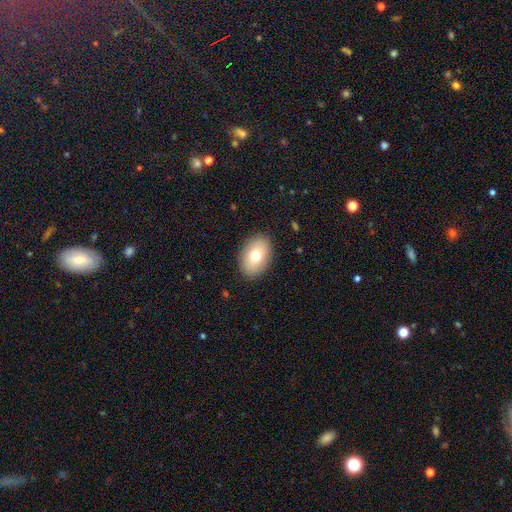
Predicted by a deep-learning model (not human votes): Overall: smooth (74%). How rounded: in between (87%). Merging: none (88%).